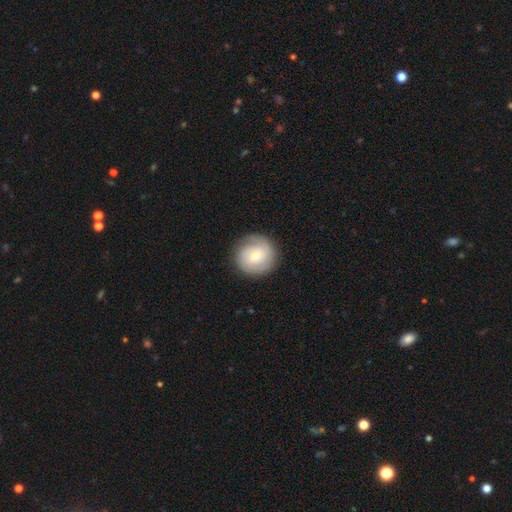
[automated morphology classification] Q: Smooth or featured?
A: featured or disk (50%); runner-up: smooth (44%)
Q: Merging?
A: none (85%); runner-up: minor disturbance (10%)